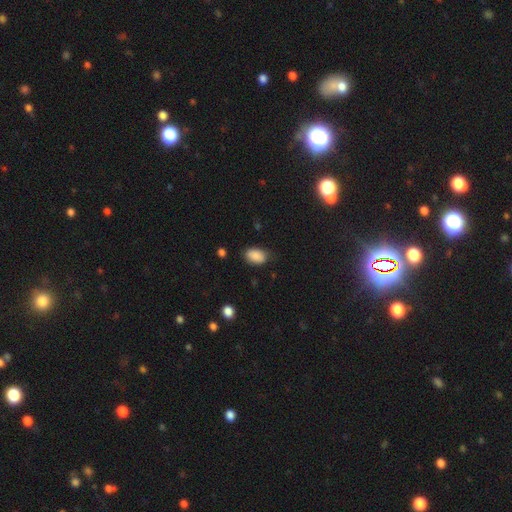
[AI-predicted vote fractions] smooth-or-featured: smooth: 87% | star or artifact: 8% | featured or disk: 5%
  how-rounded: in between: 89% | round: 10% | cigar-shaped: 1%
  merging: none: 75% | minor disturbance: 20% | major disturbance: 4% | merger: 1%